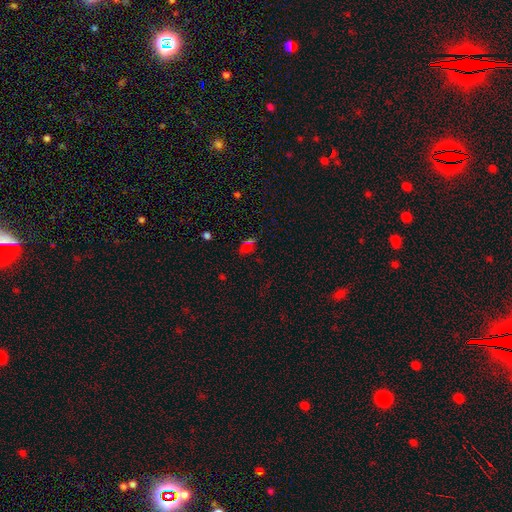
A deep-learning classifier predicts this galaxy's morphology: A star or artifact, not a galaxy (50%).